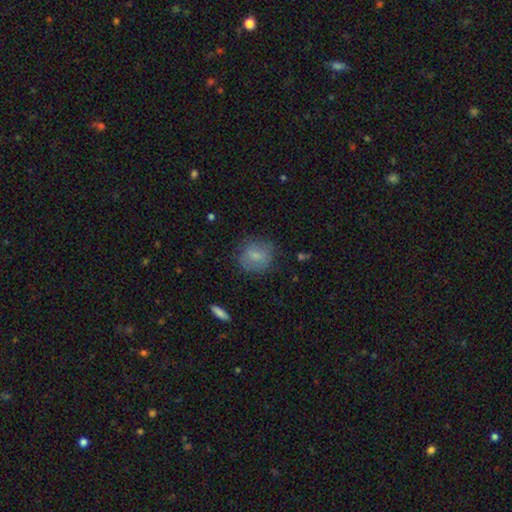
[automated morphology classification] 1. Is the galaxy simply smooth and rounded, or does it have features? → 75% smooth, 17% featured or disk, 9% star or artifact.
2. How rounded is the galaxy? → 73% round, 25% in between, 1% cigar-shaped.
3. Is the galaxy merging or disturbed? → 74% none, 18% minor disturbance, 7% major disturbance, 1% merger.